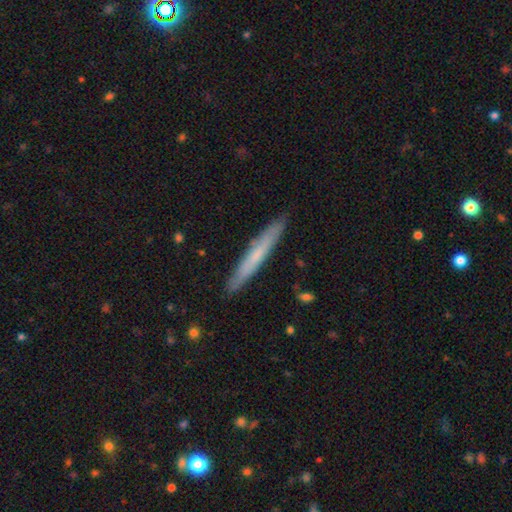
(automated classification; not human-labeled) This is possibly a smooth galaxy (57%). How rounded: clearly cigar-shaped (96%). Merging: clearly none (89%).